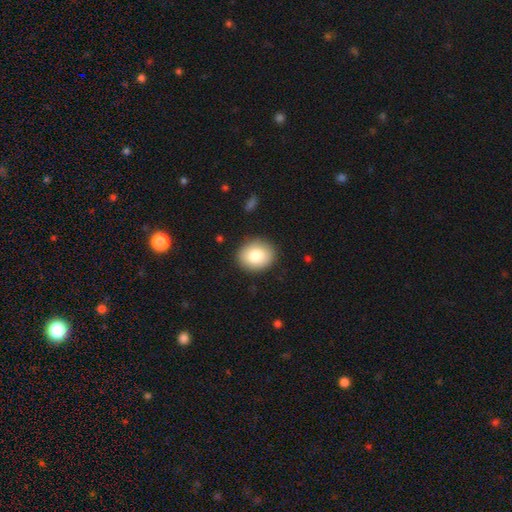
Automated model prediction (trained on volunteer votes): Smooth or featured? Predicted: smooth (p=0.82). How rounded? Predicted: round (p=0.61). Merging? Predicted: none (p=0.89).